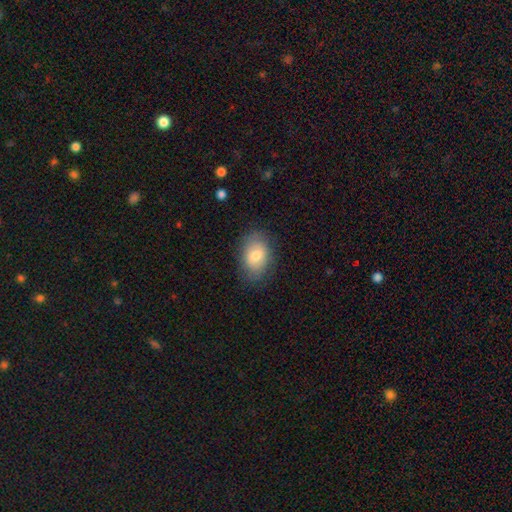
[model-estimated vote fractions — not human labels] A smooth galaxy with no disk features (73%) that is in between round and cigar-shaped (83%). Merging: none (80%).